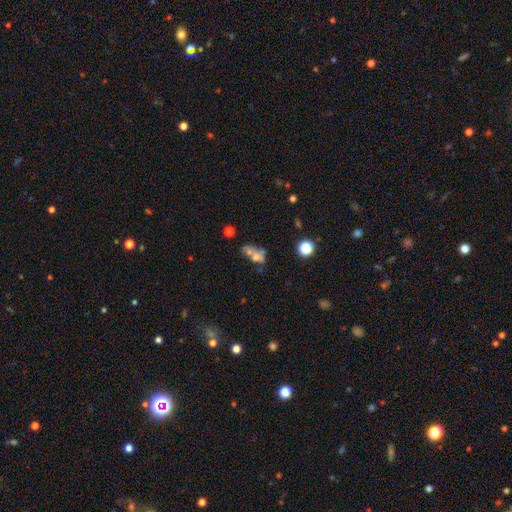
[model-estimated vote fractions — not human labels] Overall: smooth (51%; featured or disk 32%). How rounded: in between (66%; round 28%). Merging: merger (49%; none 25%).